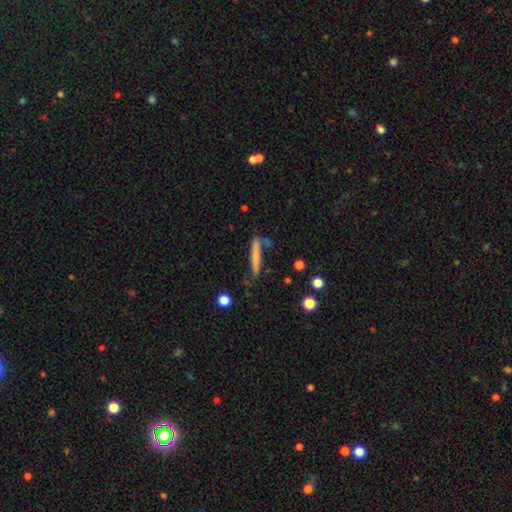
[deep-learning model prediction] This is likely a smooth galaxy (66%). How rounded: clearly cigar-shaped (93%). Merging: likely none (66%).